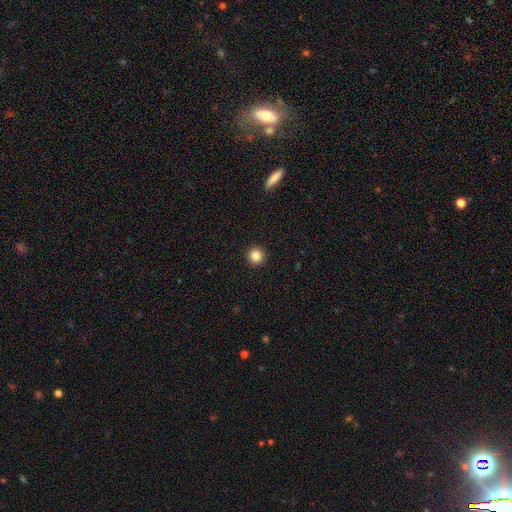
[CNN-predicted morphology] Smooth or featured: smooth — 85% (star or artifact — 11%)
How rounded: round — 96% (in between — 3%)
Merging: none — 94% (minor disturbance — 4%)